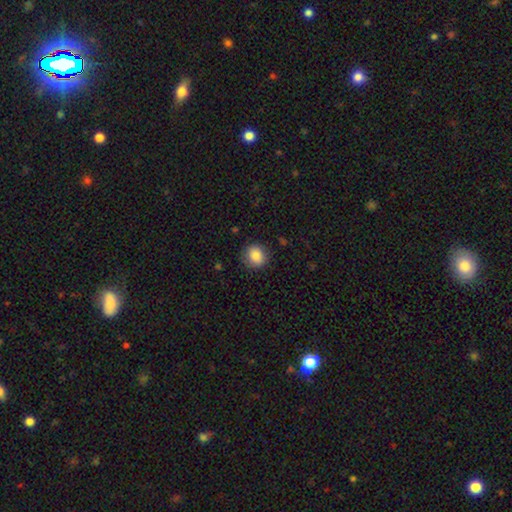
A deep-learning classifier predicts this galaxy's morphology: Overall: smooth (84%). How rounded: round (84%). Merging: none (84%).